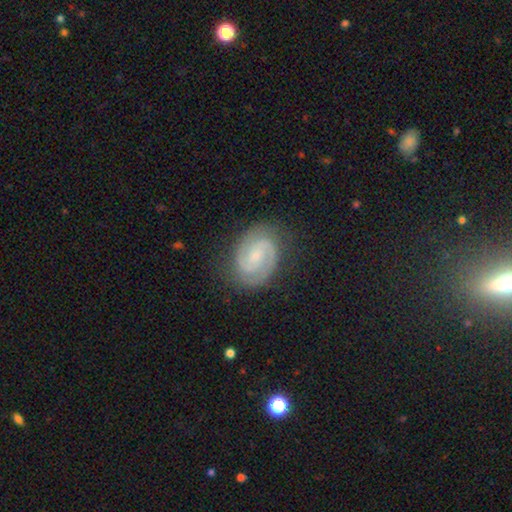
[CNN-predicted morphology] This is clearly a featured or disk galaxy (87%). It is clearly not viewed edge-on (98%). Bar: possibly weak (50%). Spiral arm pattern: clearly yes (98%). Spiral arm count: clearly 2 (91%). Spiral winding: possibly medium (46%, tied with tight). Central bulge: likely small (60%). Merging: clearly none (83%).